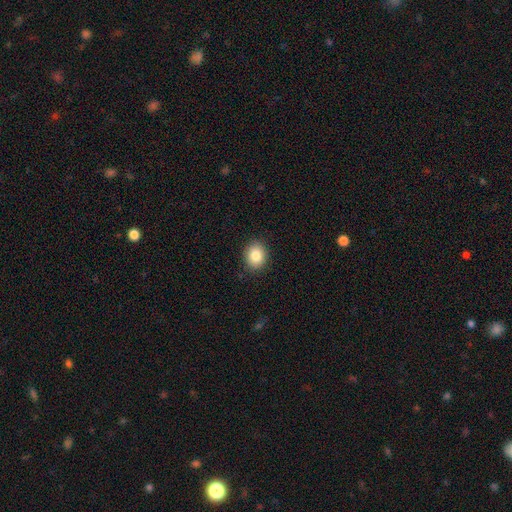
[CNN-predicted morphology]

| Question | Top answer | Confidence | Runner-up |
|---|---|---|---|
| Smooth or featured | smooth | 84% | star or artifact (9%) |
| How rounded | round | 61% | in between (39%) |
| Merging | none | 89% | minor disturbance (8%) |